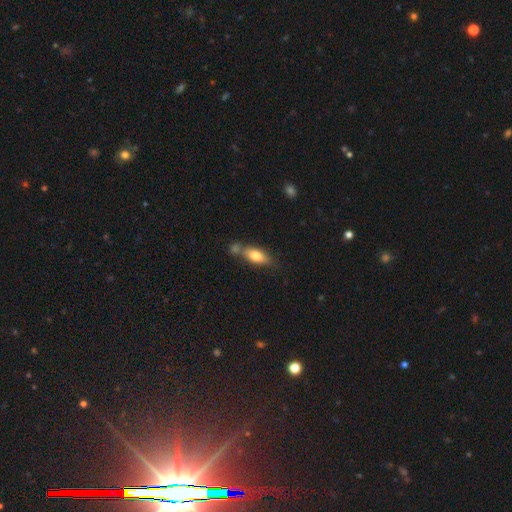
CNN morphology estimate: The model was most divided on "merging": none: 50%, merger: 30%, minor disturbance: 16%, major disturbance: 5%. More confident: how rounded — in between (73%); smooth or featured — smooth (73%).